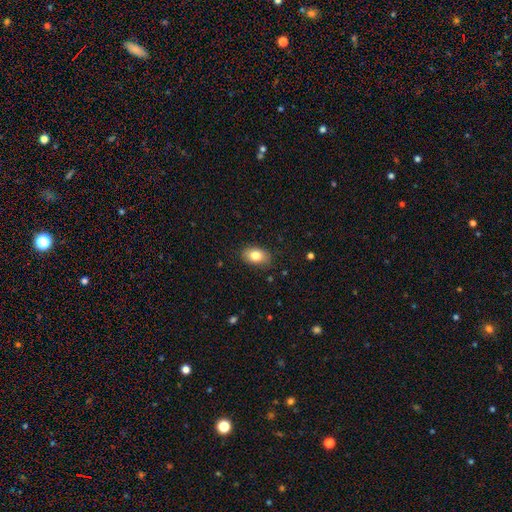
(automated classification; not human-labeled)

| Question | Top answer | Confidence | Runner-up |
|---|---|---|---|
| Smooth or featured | smooth | 81% | featured or disk (11%) |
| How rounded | in between | 87% | round (12%) |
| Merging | none | 84% | minor disturbance (13%) |